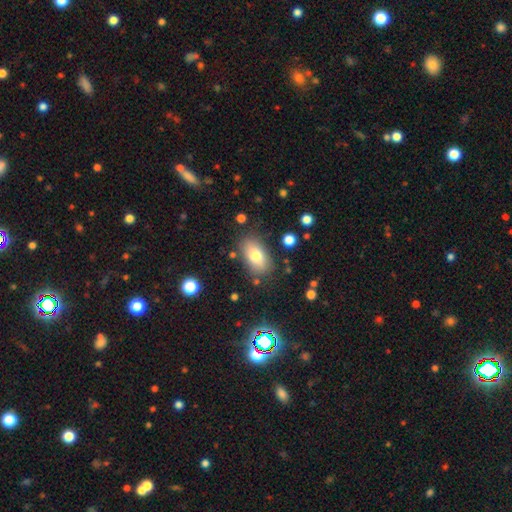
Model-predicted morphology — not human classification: Smooth or featured?
  - smooth: 76% *
  - featured or disk: 15%
  - star or artifact: 9%
How rounded?
  - in between: 89% *
  - round: 8%
  - cigar-shaped: 3%
Merging?
  - none: 79% *
  - minor disturbance: 13%
  - major disturbance: 4%
  - merger: 3%